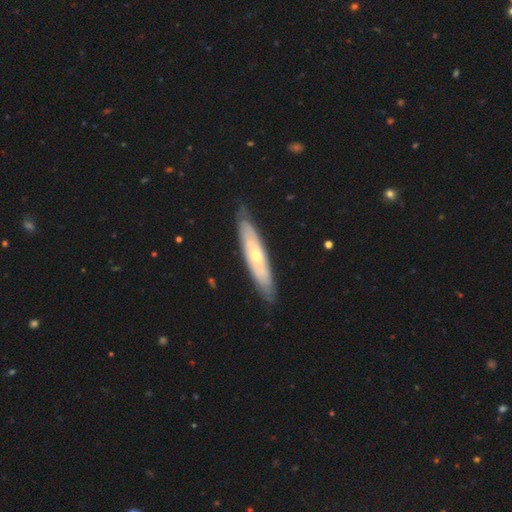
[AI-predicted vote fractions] This is likely a featured or disk galaxy (63%). It is possibly not viewed edge-on (52%). Merging: clearly none (82%).